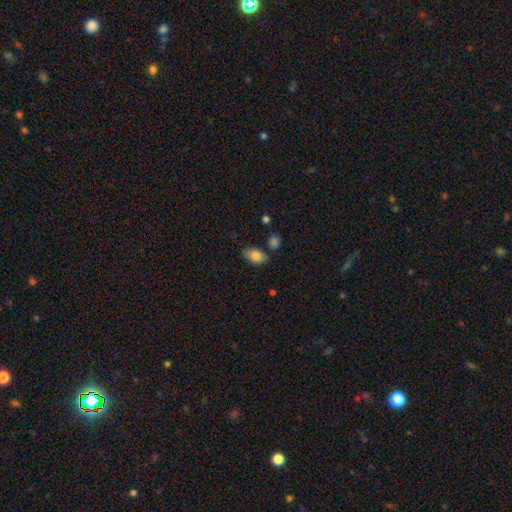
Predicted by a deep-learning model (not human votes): smooth-or-featured: smooth: 80% | featured or disk: 12% | star or artifact: 8%
  how-rounded: in between: 89% | round: 9% | cigar-shaped: 2%
  merging: none: 69% | minor disturbance: 21% | merger: 5% | major disturbance: 4%